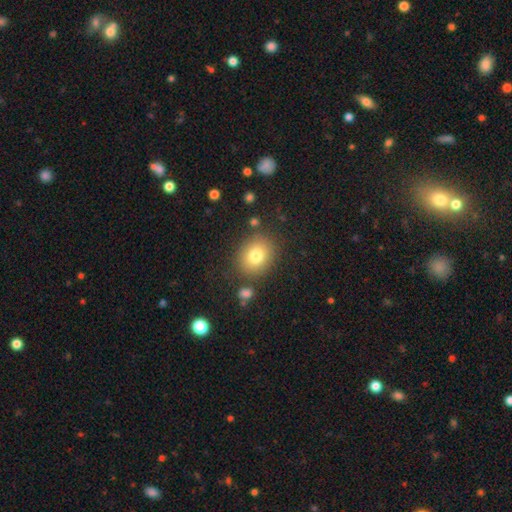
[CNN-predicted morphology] Smooth or featured? smooth (79%)
How rounded? round (62%)
Merging? none (81%)